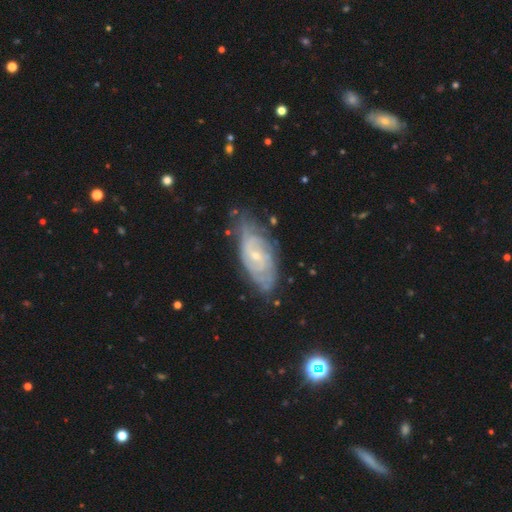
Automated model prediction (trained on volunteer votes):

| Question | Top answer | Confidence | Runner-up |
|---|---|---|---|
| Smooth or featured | featured or disk | 80% | smooth (14%) |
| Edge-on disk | no | 93% | yes (7%) |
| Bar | no | 54% | weak (38%) |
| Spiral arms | yes | 92% | no (8%) |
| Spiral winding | tight | 65% | medium (28%) |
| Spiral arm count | can't tell | 42% | 2 (31%) |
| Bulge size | small | 73% | moderate (23%) |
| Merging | none | 68% | minor disturbance (23%) |